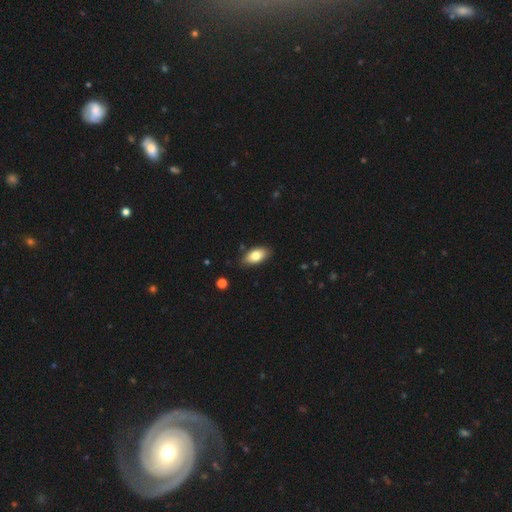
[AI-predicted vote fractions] The model was most divided on "smooth or featured": smooth: 78%, featured or disk: 15%, star or artifact: 7%. More confident: how rounded — in between (91%); merging — none (84%).